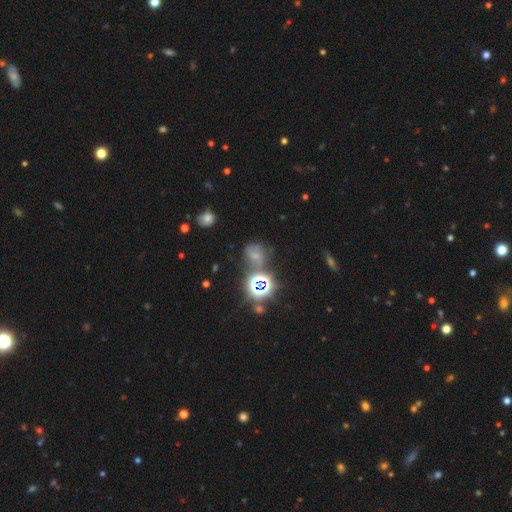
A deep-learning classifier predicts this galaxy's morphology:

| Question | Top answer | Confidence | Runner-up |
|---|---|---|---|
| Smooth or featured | star or artifact | 41% | smooth (34%) |